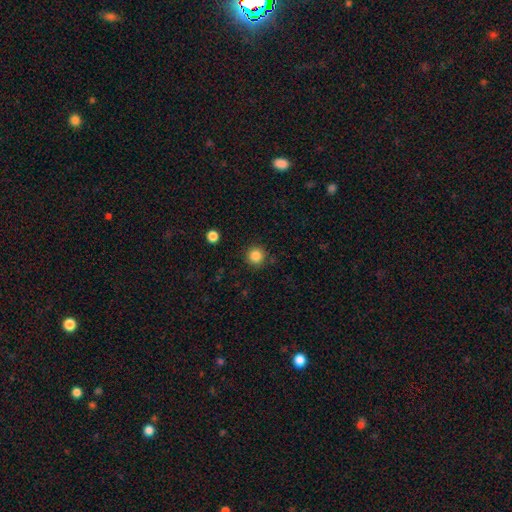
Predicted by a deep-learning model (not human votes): Smooth or featured?
  - smooth: 86% *
  - star or artifact: 11%
  - featured or disk: 3%
How rounded?
  - round: 95% *
  - in between: 4%
  - cigar-shaped: 1%
Merging?
  - none: 89% *
  - minor disturbance: 7%
  - major disturbance: 3%
  - merger: 2%